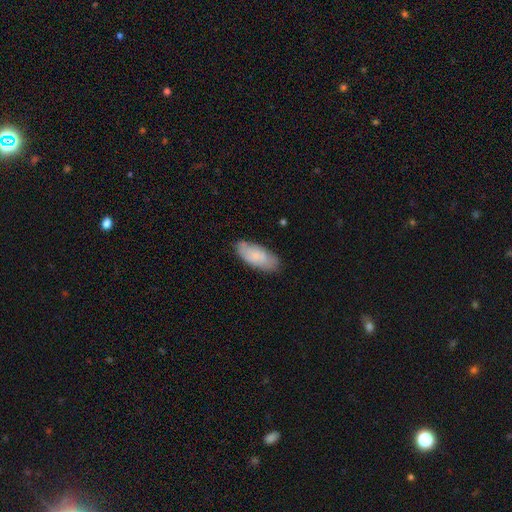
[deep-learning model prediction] Smooth or featured?
  - smooth: 73% *
  - featured or disk: 21%
  - star or artifact: 6%
How rounded?
  - in between: 86% *
  - cigar-shaped: 12%
  - round: 2%
Merging?
  - none: 77% *
  - minor disturbance: 18%
  - major disturbance: 3%
  - merger: 2%